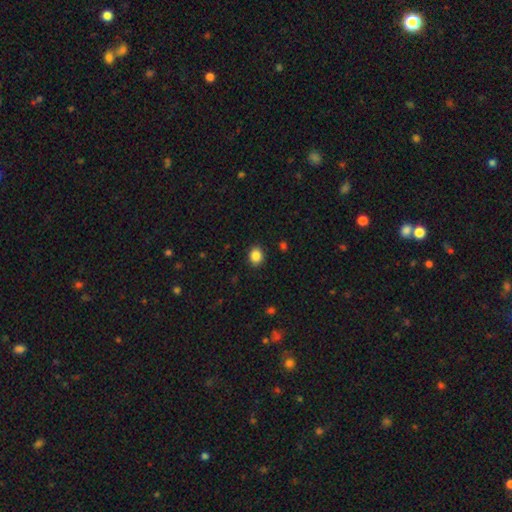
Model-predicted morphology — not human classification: Overall: smooth (87%). How rounded: round (60%; in between 39%). Merging: none (90%).